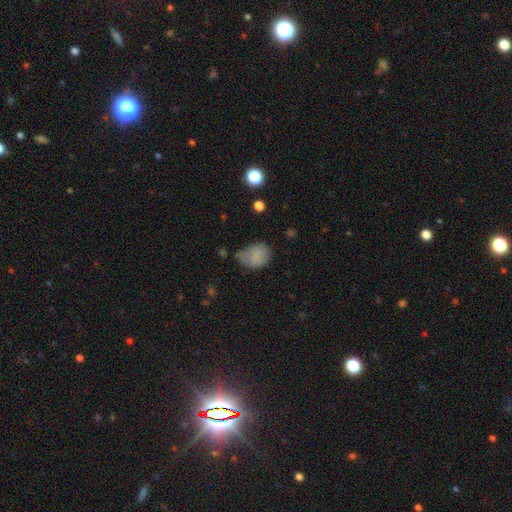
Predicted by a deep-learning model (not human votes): Morphology: type=smooth (77%); roundness=in between (58%); merging=minor disturbance (39%).